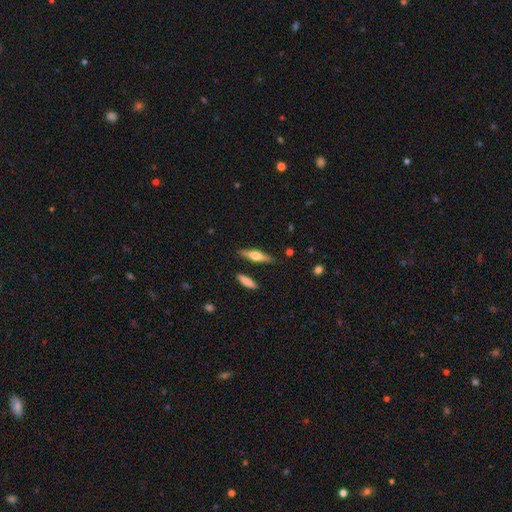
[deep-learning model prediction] Smooth or featured: featured or disk — 55% (smooth — 39%)
Edge-on disk: yes — 95% (no — 5%)
Edge-on bulge: rounded — 88% (boxy — 8%)
Merging: none — 84% (minor disturbance — 10%)